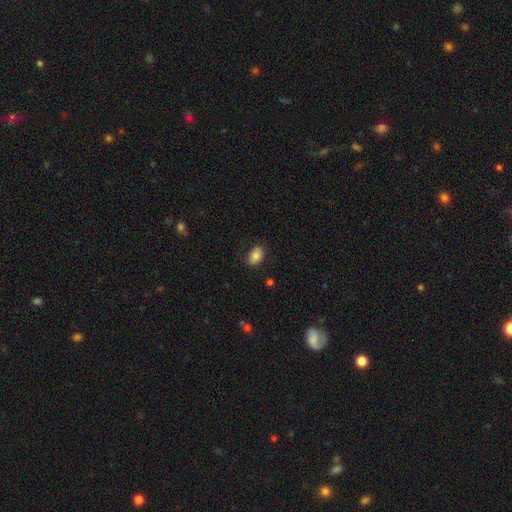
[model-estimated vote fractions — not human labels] Smooth or featured?
  - smooth: 82% *
  - featured or disk: 10%
  - star or artifact: 8%
How rounded?
  - in between: 85% *
  - round: 14%
  - cigar-shaped: 1%
Merging?
  - none: 80% *
  - minor disturbance: 15%
  - major disturbance: 4%
  - merger: 1%